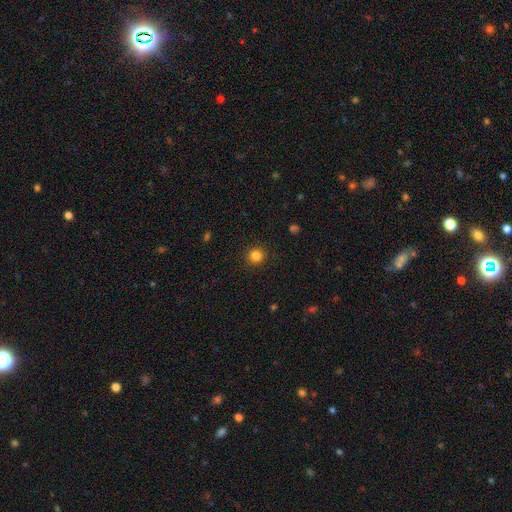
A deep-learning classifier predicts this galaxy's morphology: A smooth galaxy with no disk features (83%) that is round (92%). Merging: none (91%).